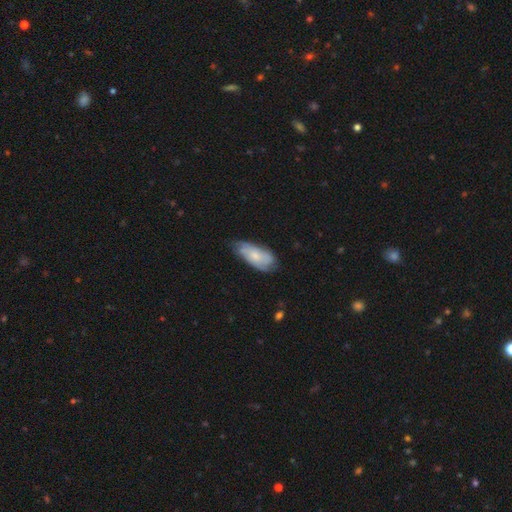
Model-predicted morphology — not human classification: Overall: smooth (49%; featured or disk 45%). Merging: none (59%; minor disturbance 31%).